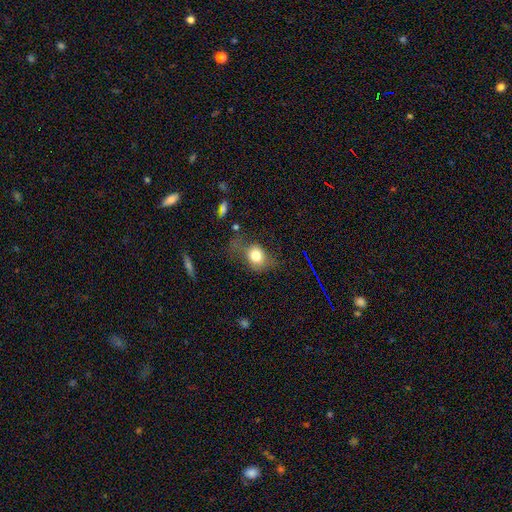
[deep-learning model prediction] Morphology: type=smooth (74%); roundness=round (52%); merging=none (43%).